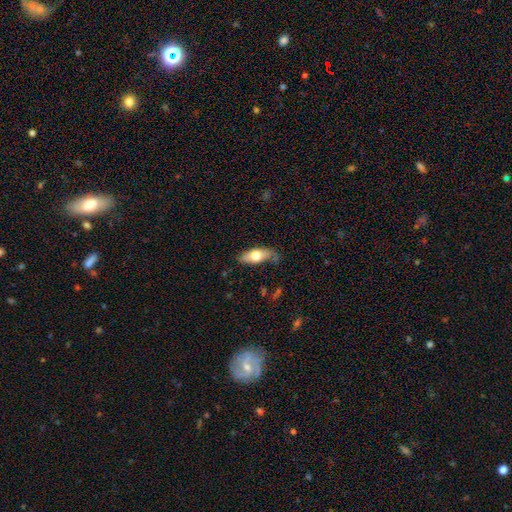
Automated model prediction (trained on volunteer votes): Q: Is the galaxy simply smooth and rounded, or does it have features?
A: smooth — 65%.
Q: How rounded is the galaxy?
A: in between — 79%.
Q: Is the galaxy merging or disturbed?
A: none — 61%.